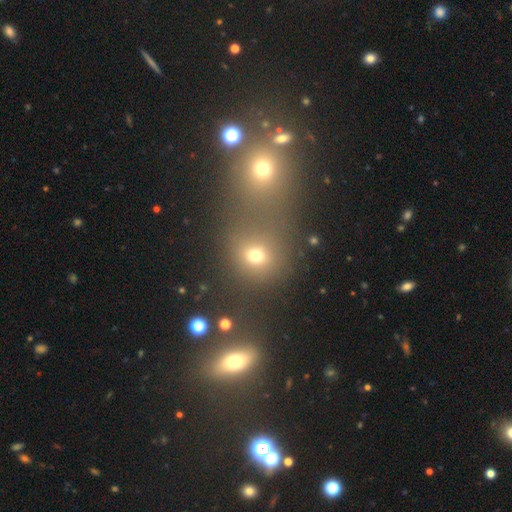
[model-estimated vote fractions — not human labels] Smooth or featured: smooth — 67% (star or artifact — 24%)
How rounded: round — 82% (in between — 16%)
Merging: none — 59% (merger — 26%)